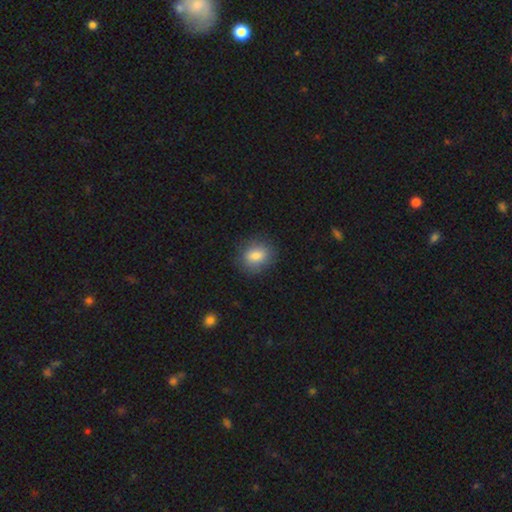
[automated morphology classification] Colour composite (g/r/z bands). It shows a smooth galaxy with no disk features (83%) that is round (51%). Merging: none (83%).